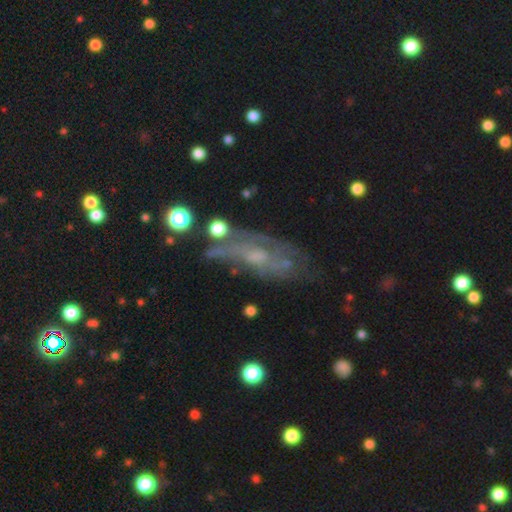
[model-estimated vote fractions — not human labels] This appears to be a featured or disk galaxy (62%). Merging: none (48%).